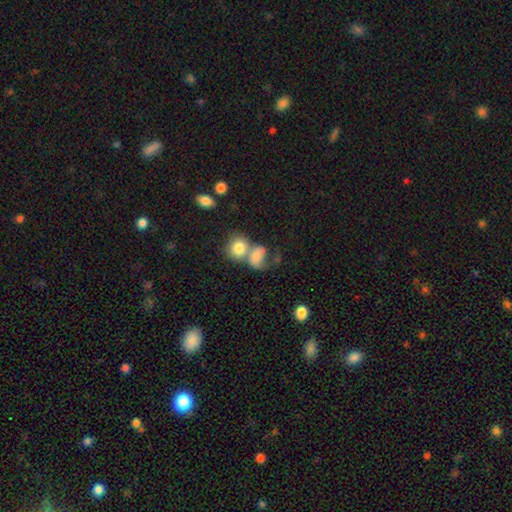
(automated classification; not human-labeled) A smooth galaxy with no disk features (56%) that is round (60%).

Vote fractions:
- Smooth or featured? smooth: 56% / featured or disk: 22% / star or artifact: 21%
- How rounded? round: 60% / in between: 38% / cigar-shaped: 3%
- Merging? merger: 48% / none: 34% / minor disturbance: 10% / major disturbance: 8%